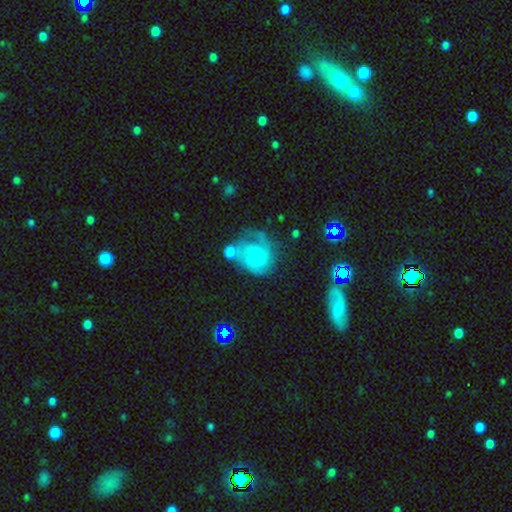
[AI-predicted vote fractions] Smooth or featured? Predicted: featured or disk (p=0.51). Edge-on disk? Predicted: no (p=0.98). Merging? Predicted: none (p=0.34).